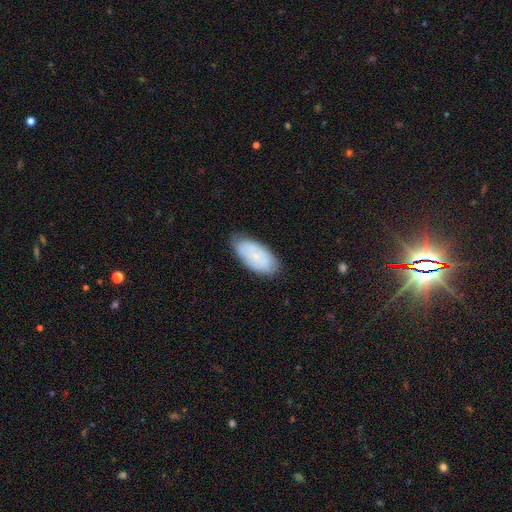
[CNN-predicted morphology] Smooth or featured? Predicted: smooth (p=0.66). How rounded? Predicted: in between (p=0.93). Merging? Predicted: none (p=0.74).